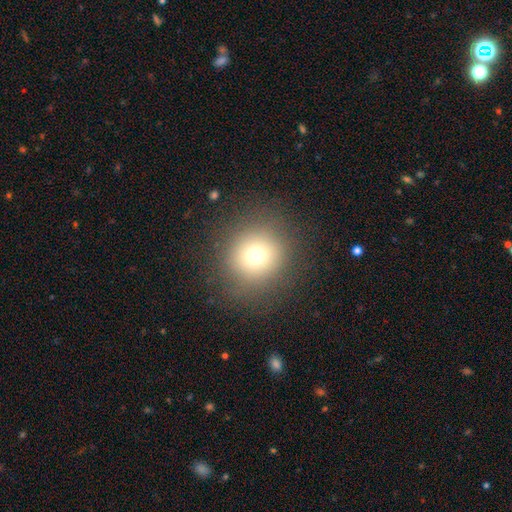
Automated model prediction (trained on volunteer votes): A smooth galaxy with no disk features (71%) that is round (92%).

Vote fractions:
- Smooth or featured? smooth: 71% / star or artifact: 18% / featured or disk: 11%
- How rounded? round: 92% / in between: 7% / cigar-shaped: 1%
- Merging? none: 87% / minor disturbance: 7% / major disturbance: 5% / merger: 1%